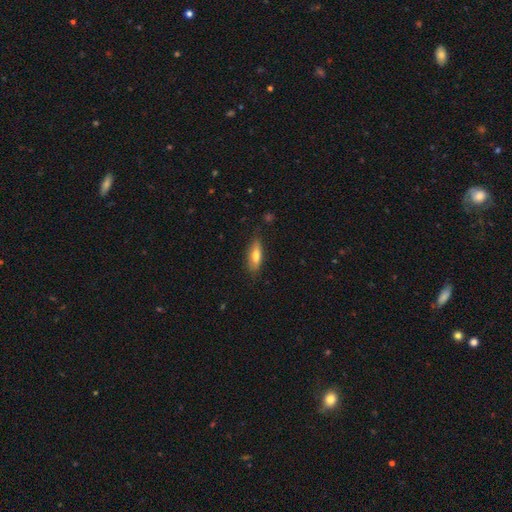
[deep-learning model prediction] A smooth galaxy with no disk features (69%) that is in between round and cigar-shaped (51%).

Vote fractions:
- Smooth or featured? smooth: 69% / featured or disk: 25% / star or artifact: 7%
- How rounded? in between: 51% / cigar-shaped: 46% / round: 2%
- Merging? none: 77% / minor disturbance: 18% / major disturbance: 3% / merger: 1%